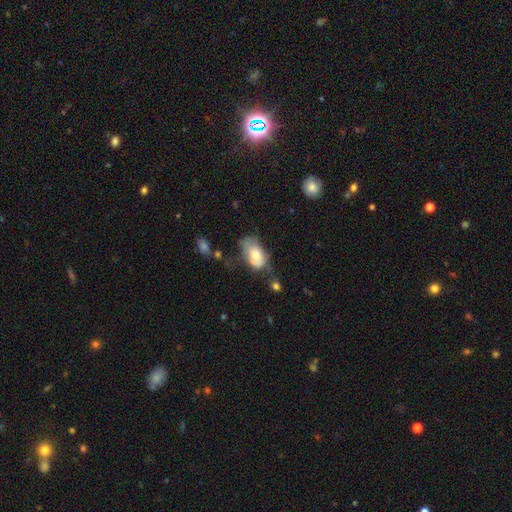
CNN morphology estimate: Overall: smooth (68%). How rounded: in between (91%). Merging: minor disturbance (35%; none 32%).